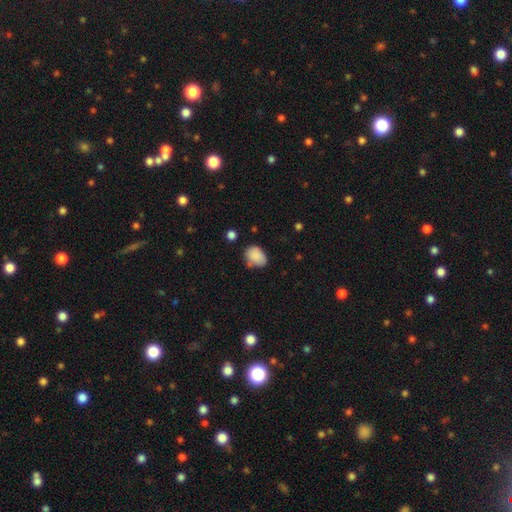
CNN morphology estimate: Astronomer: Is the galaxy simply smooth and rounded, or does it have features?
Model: smooth — 86%.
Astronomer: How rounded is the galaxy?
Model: in between — 71%.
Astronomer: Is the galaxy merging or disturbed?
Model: none — 61%.